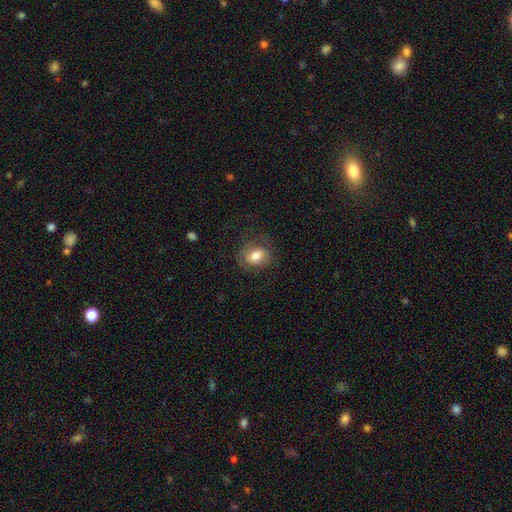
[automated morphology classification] Smooth or featured? Predicted: smooth (p=0.72). How rounded? Predicted: round (p=0.58). Merging? Predicted: none (p=0.73).